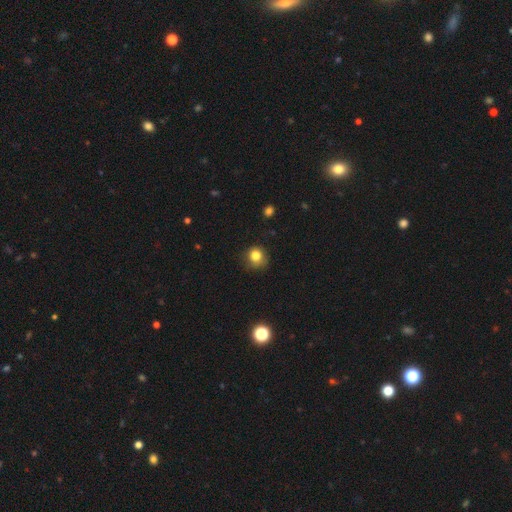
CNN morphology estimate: This is clearly a smooth galaxy (82%). How rounded: clearly round (86%). Merging: likely none (74%).